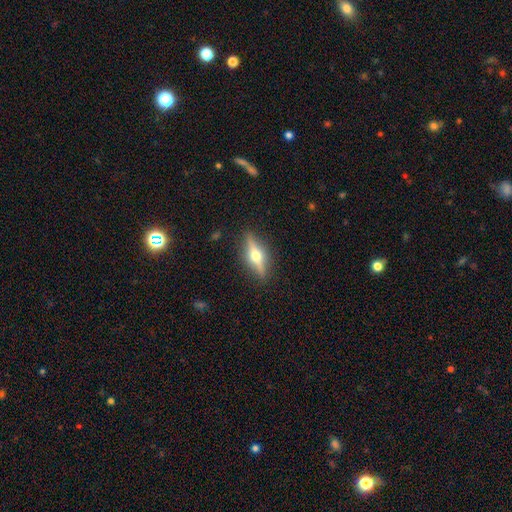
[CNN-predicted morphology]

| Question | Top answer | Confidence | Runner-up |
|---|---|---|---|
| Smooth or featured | featured or disk | 70% | smooth (23%) |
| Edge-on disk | yes | 94% | no (6%) |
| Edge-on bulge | rounded | 96% | boxy (2%) |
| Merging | none | 88% | minor disturbance (9%) |